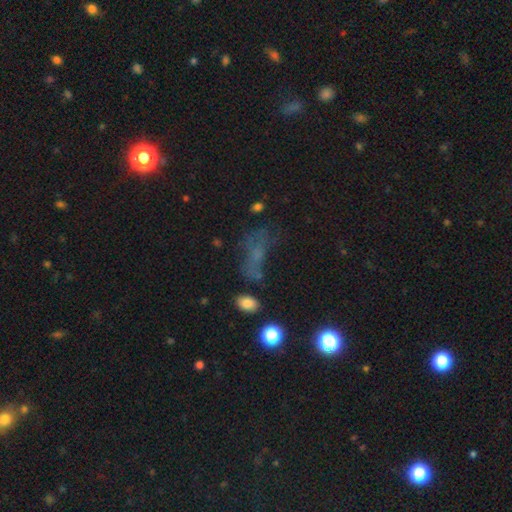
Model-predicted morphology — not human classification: Smooth or featured: star or artifact — 43% (smooth — 34%)